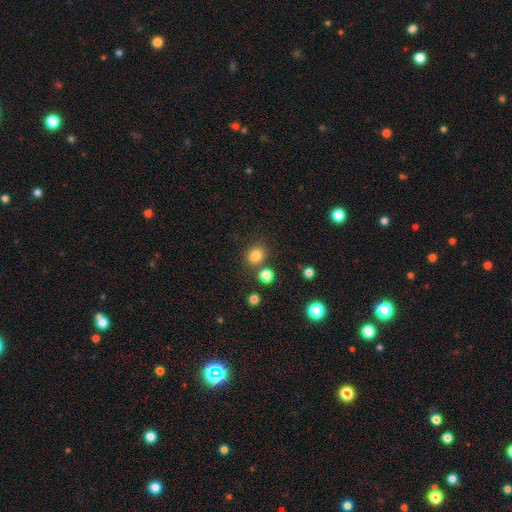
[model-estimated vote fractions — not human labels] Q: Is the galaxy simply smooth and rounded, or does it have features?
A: smooth — 82%.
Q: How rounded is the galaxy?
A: round — 58%.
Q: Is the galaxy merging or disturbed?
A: none — 73%.